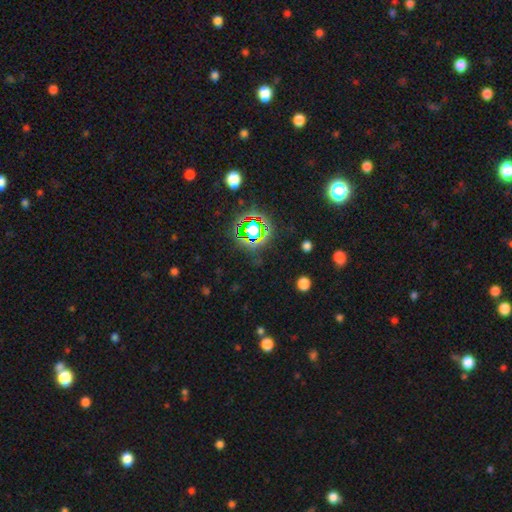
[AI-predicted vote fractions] star or artifact 75%, smooth 16%, featured or disk 8%.